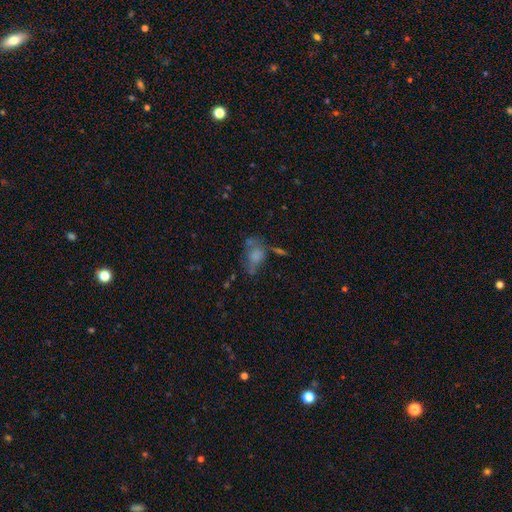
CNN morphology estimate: Q: Smooth or featured?
A: smooth (62%); runner-up: featured or disk (25%)
Q: How rounded?
A: in between (79%); runner-up: round (18%)
Q: Merging?
A: none (33%); runner-up: major disturbance (25%)